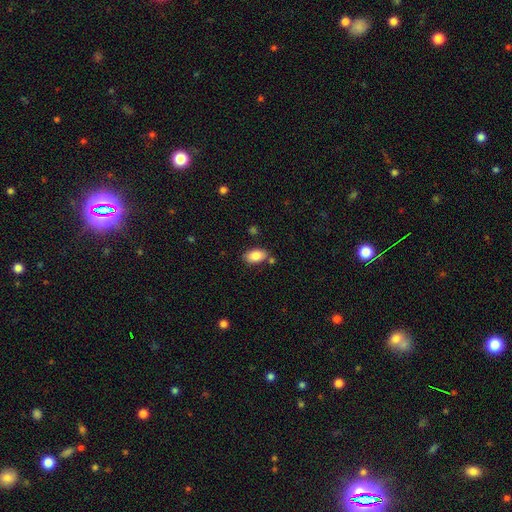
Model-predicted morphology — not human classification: A smooth galaxy with no disk features (85%) that is in between round and cigar-shaped (93%). Merging: none (77%).